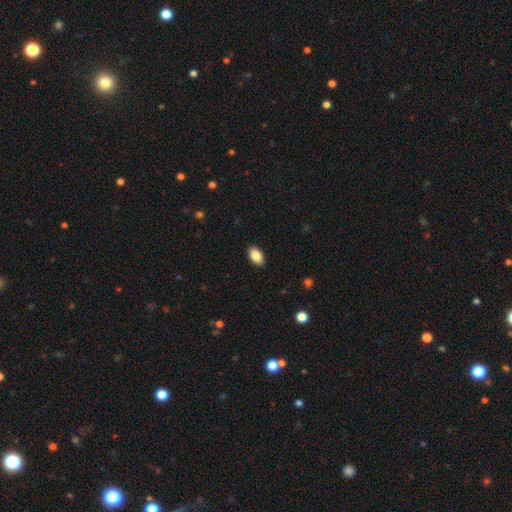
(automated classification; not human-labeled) Q: Smooth or featured?
A: smooth (87%); runner-up: star or artifact (7%)
Q: How rounded?
A: in between (93%); runner-up: round (5%)
Q: Merging?
A: none (89%); runner-up: minor disturbance (8%)